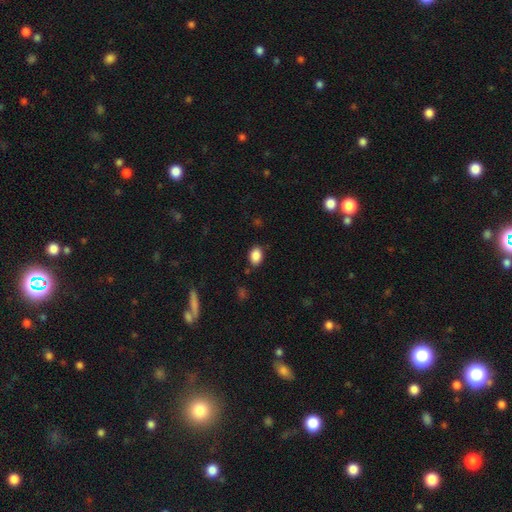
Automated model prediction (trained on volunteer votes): smooth_or_featured: smooth (p=0.88) [alt: star or artifact p=0.08]
how_rounded: in between (p=0.82) [alt: round p=0.17]
merging: none (p=0.83) [alt: minor disturbance p=0.12]